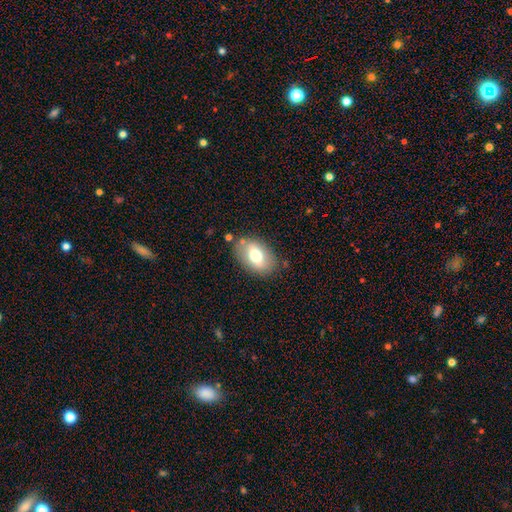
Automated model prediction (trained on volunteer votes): Smooth or featured?
  - smooth: 67% *
  - featured or disk: 26%
  - star or artifact: 8%
How rounded?
  - in between: 87% *
  - round: 12%
  - cigar-shaped: 1%
Merging?
  - none: 79% *
  - minor disturbance: 14%
  - major disturbance: 4%
  - merger: 4%